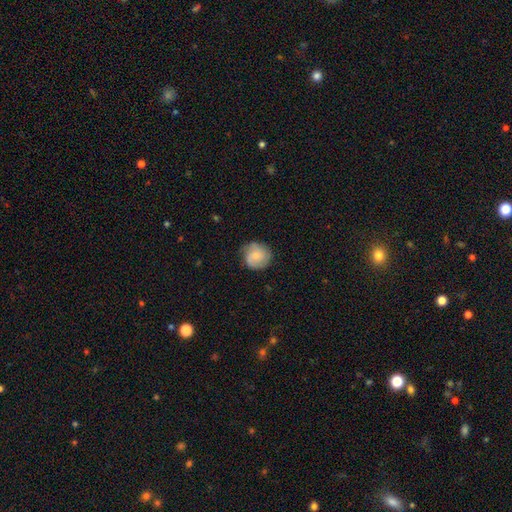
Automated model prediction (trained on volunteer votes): smooth-or-featured: smooth: 65% | featured or disk: 28% | star or artifact: 7%
  how-rounded: round: 90% | in between: 9% | cigar-shaped: 1%
  merging: none: 74% | minor disturbance: 20% | major disturbance: 5% | merger: 1%